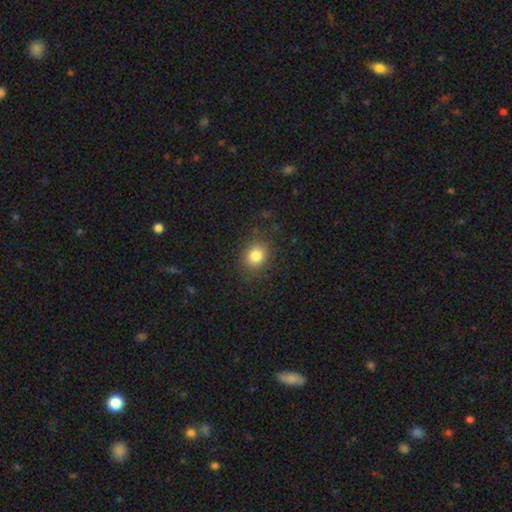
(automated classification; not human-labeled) Q: Smooth or featured?
A: smooth (81%); runner-up: star or artifact (12%)
Q: How rounded?
A: round (68%); runner-up: in between (31%)
Q: Merging?
A: none (84%); runner-up: minor disturbance (11%)